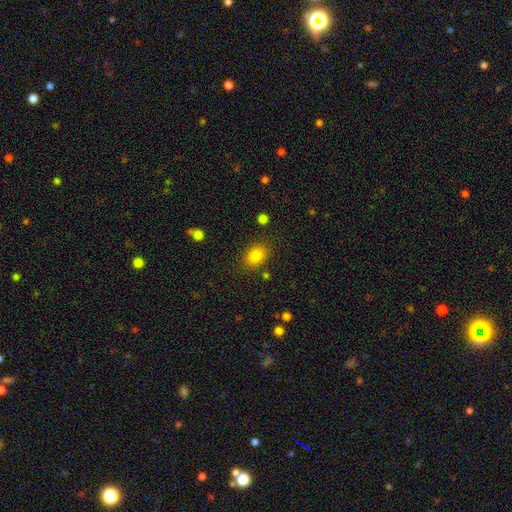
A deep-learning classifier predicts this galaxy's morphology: smooth-or-featured: smooth: 83% | star or artifact: 10% | featured or disk: 7%
  how-rounded: in between: 67% | round: 32% | cigar-shaped: 1%
  merging: none: 83% | minor disturbance: 11% | major disturbance: 4% | merger: 3%